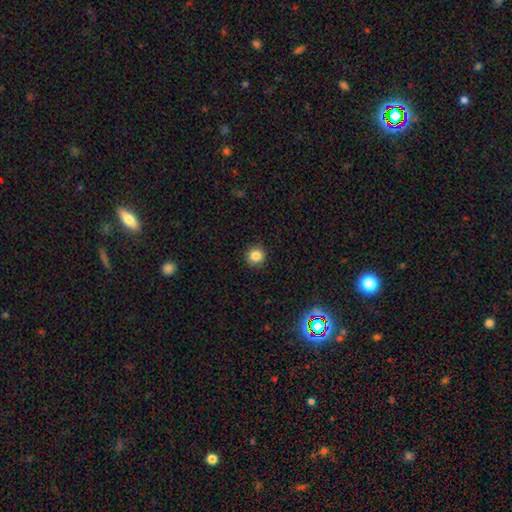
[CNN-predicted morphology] Overall: smooth (85%). How rounded: round (93%). Merging: none (92%).